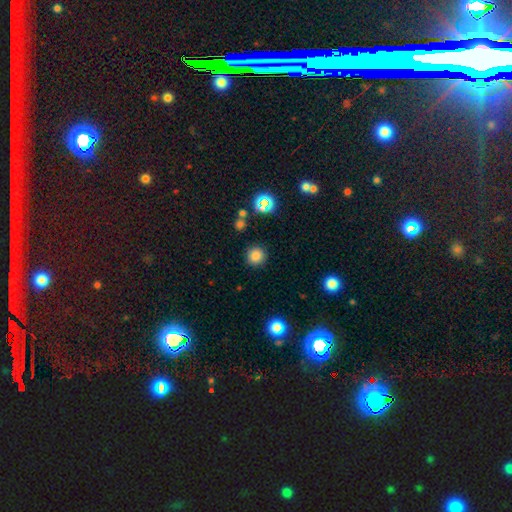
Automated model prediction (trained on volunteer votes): smooth 80%, star or artifact 15%, featured or disk 5%. Down the decision tree: how rounded — round (94%); merging — none (89%).